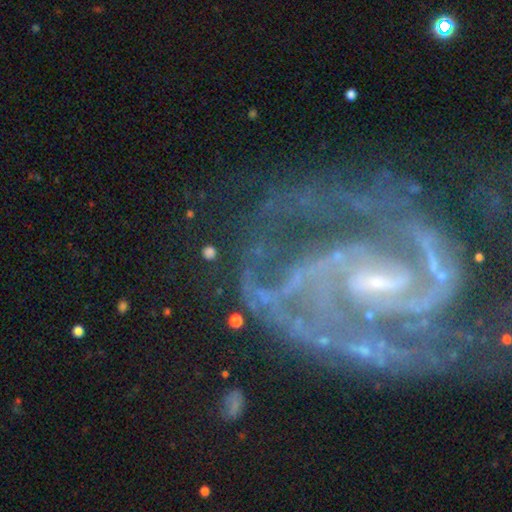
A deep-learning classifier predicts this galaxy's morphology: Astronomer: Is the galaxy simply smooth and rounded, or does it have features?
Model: featured or disk — 91%.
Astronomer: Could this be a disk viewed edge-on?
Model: no — 98%.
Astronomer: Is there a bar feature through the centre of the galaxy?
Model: weak — 49% (runner-up: strong, 30%).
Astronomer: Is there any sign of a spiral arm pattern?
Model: yes — 98%.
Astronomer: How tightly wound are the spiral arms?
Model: tight — 45%, tied with medium at 45%.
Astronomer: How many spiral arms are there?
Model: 2 — 56%.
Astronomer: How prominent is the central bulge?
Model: small — 67%.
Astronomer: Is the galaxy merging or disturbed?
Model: none — 58%.